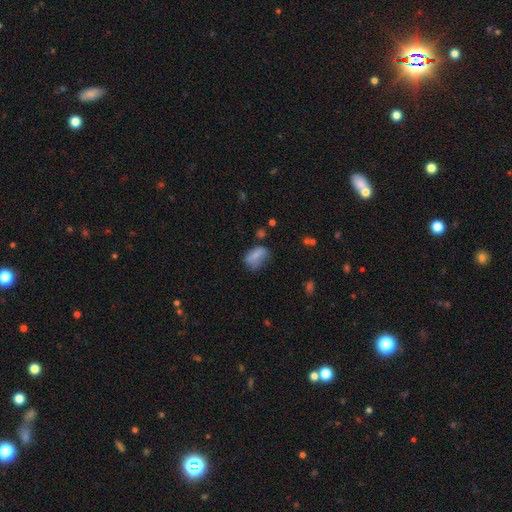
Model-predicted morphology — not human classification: type=smooth (75%); roundness=in between (85%); merging=none (46%).